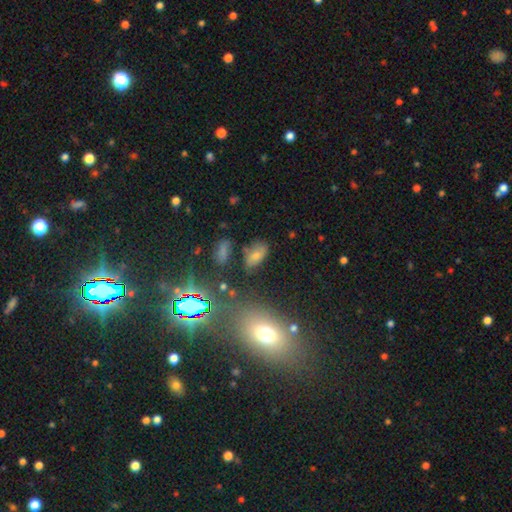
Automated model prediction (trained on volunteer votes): Overall: smooth (64%). How rounded: in between (89%). Merging: none (63%).